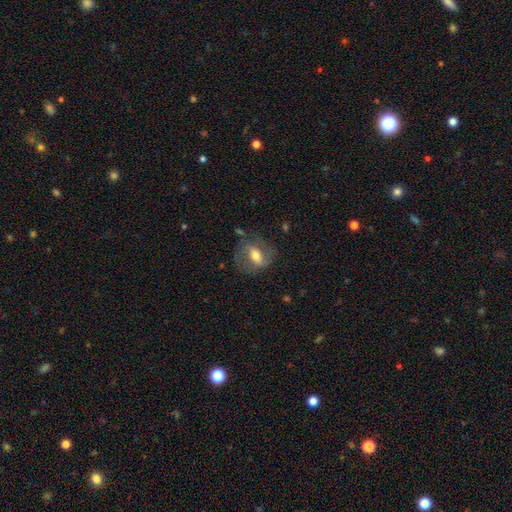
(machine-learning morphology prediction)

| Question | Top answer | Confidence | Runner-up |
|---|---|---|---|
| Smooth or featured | featured or disk | 56% | smooth (36%) |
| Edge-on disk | no | 93% | yes (7%) |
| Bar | weak | 40% | strong (37%) |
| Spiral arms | yes | 69% | no (31%) |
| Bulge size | moderate | 63% | small (21%) |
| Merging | none | 64% | minor disturbance (20%) |